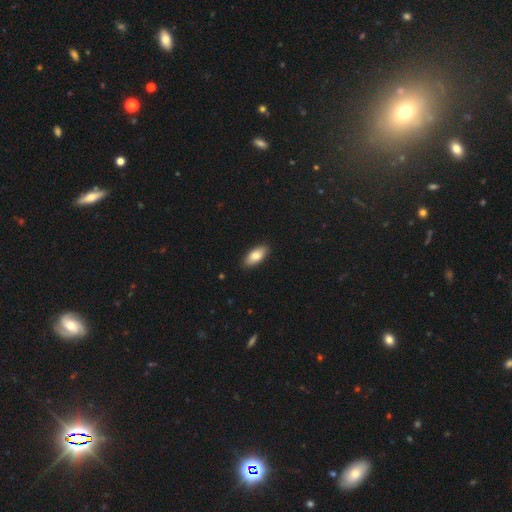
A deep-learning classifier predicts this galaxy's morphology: The model was most divided on "smooth or featured": smooth: 84%, featured or disk: 10%, star or artifact: 6%. More confident: how rounded — in between (89%); merging — none (89%).